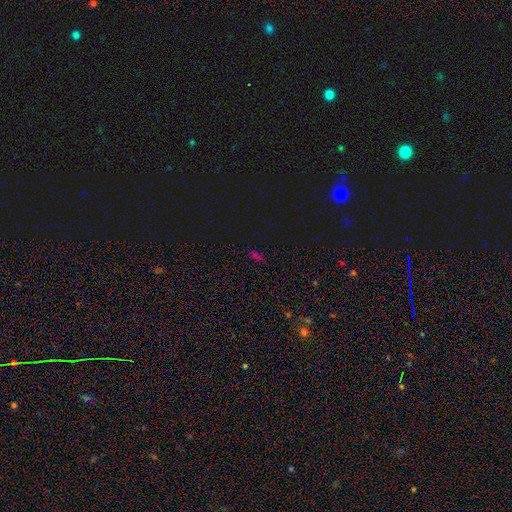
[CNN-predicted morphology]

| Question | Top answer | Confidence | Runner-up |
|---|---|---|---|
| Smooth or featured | star or artifact | 52% | smooth (39%) |